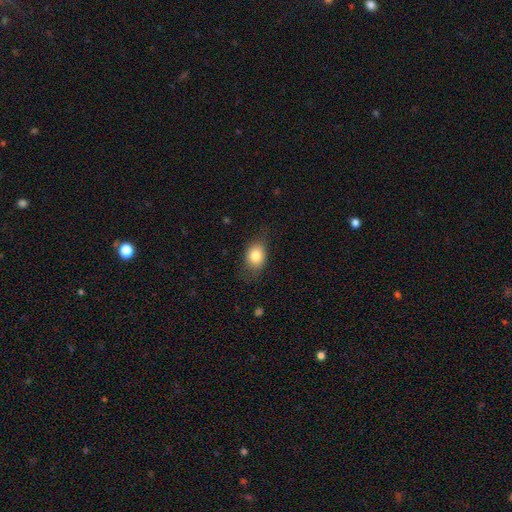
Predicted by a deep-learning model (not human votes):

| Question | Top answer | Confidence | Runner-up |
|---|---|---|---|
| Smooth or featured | smooth | 80% | featured or disk (11%) |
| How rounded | in between | 63% | round (36%) |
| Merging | none | 70% | minor disturbance (22%) |